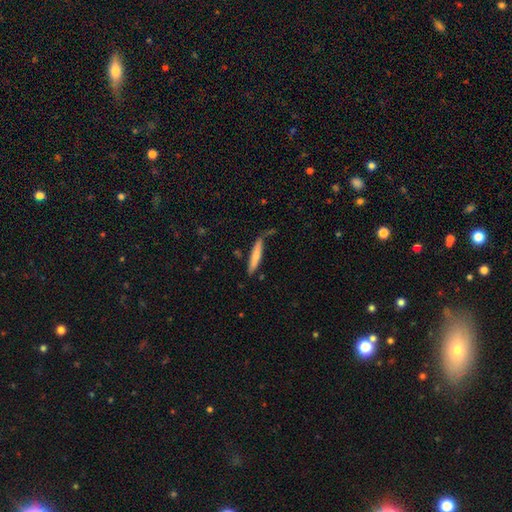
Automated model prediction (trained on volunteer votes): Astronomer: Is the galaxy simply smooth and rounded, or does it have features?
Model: smooth — 68%.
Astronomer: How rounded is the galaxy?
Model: cigar-shaped — 91%.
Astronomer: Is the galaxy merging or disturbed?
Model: none — 72%.